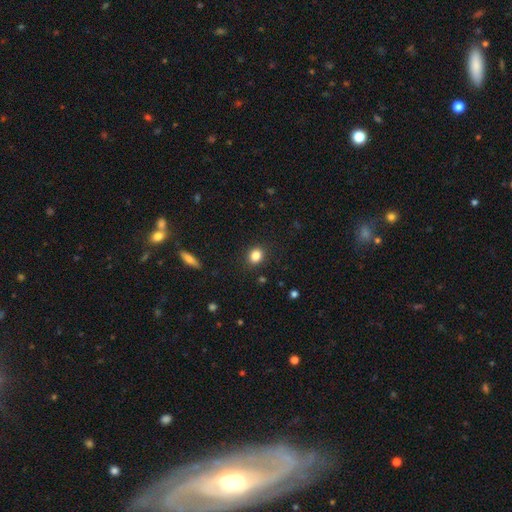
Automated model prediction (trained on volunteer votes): Smooth or featured?
  - smooth: 84% *
  - star or artifact: 10%
  - featured or disk: 6%
How rounded?
  - round: 60% *
  - in between: 38%
  - cigar-shaped: 1%
Merging?
  - none: 89% *
  - minor disturbance: 8%
  - major disturbance: 2%
  - merger: 1%